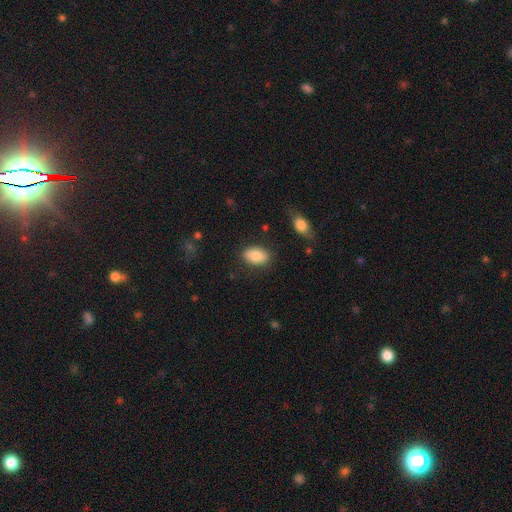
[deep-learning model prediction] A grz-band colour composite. It shows a smooth galaxy with no disk features (84%) that is in between round and cigar-shaped (90%). Merging: none (84%).